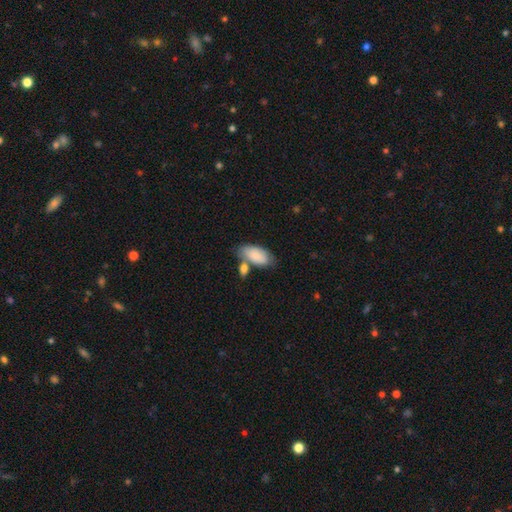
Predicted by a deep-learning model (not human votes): Overall: smooth (84%). How rounded: in between (93%). Merging: none (49%; merger 29%).